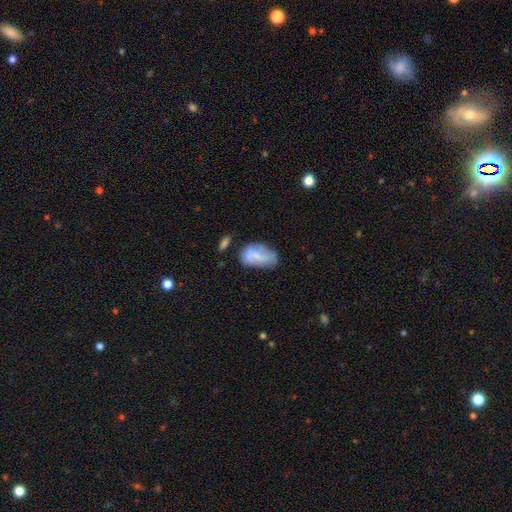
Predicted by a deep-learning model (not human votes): A smooth galaxy with no disk features (61%) that is in between round and cigar-shaped (91%).

Vote fractions:
- Smooth or featured? smooth: 61% / featured or disk: 32% / star or artifact: 8%
- How rounded? in between: 91% / round: 6% / cigar-shaped: 3%
- Merging? none: 42% / minor disturbance: 34% / major disturbance: 17% / merger: 7%